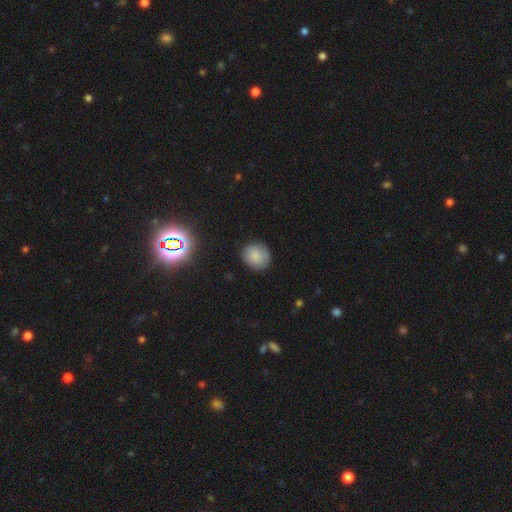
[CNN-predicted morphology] A smooth galaxy with no disk features (75%) that is round (85%). Merging: none (82%).